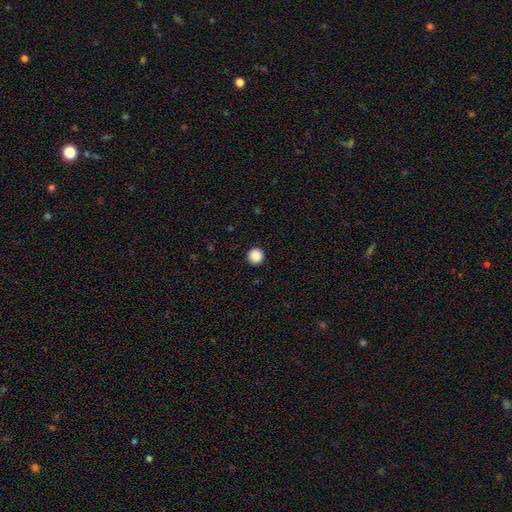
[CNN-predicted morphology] This is clearly a smooth galaxy (88%). How rounded: clearly round (96%). Merging: clearly none (93%).